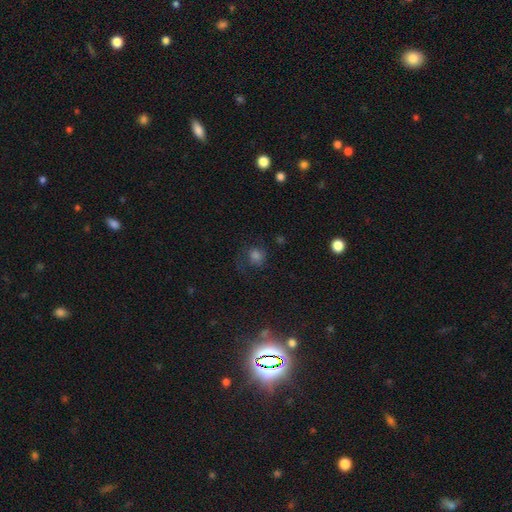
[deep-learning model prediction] The model was most divided on "smooth or featured": smooth: 61%, star or artifact: 24%, featured or disk: 15%. More confident: how rounded — round (81%); merging — none (61%).